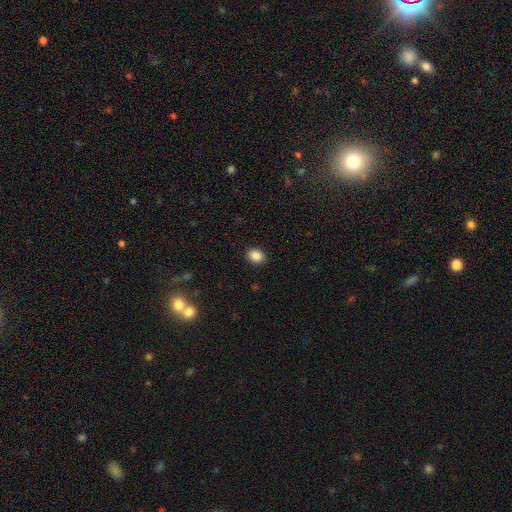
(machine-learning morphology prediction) Smooth or featured? smooth (88%)
How rounded? in between (63%)
Merging? none (90%)